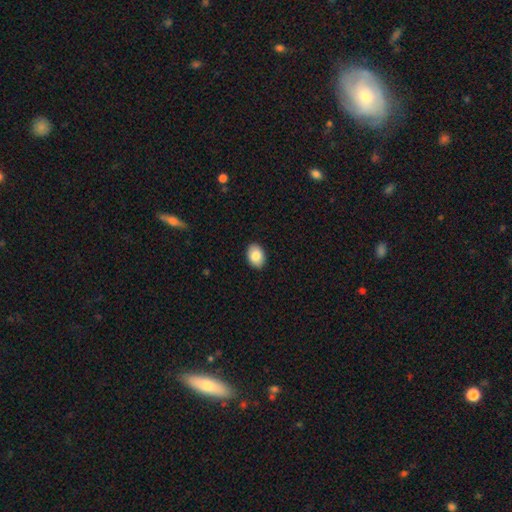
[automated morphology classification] This is clearly a smooth galaxy (85%). How rounded: likely in between (79%). Merging: clearly none (90%).